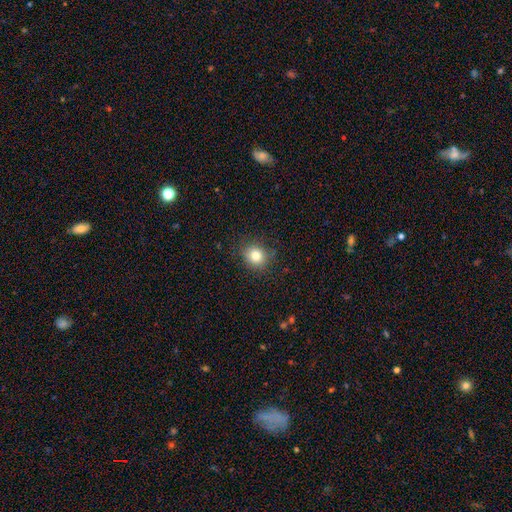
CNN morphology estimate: Q: Smooth or featured?
A: smooth (81%); runner-up: star or artifact (12%)
Q: How rounded?
A: round (78%); runner-up: in between (21%)
Q: Merging?
A: none (85%); runner-up: minor disturbance (11%)